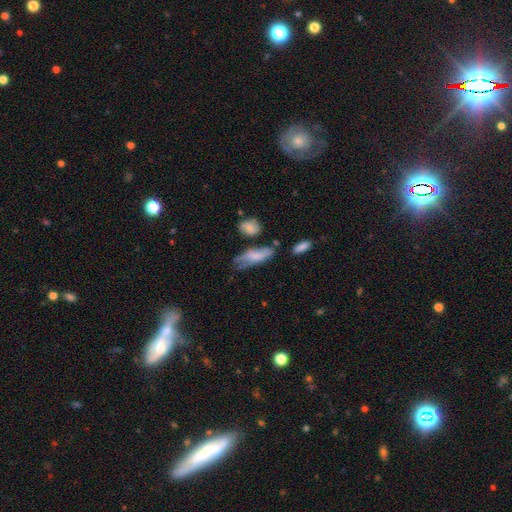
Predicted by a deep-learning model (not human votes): Morphology: type=smooth (67%); roundness=in between (65%); merging=none (42%).